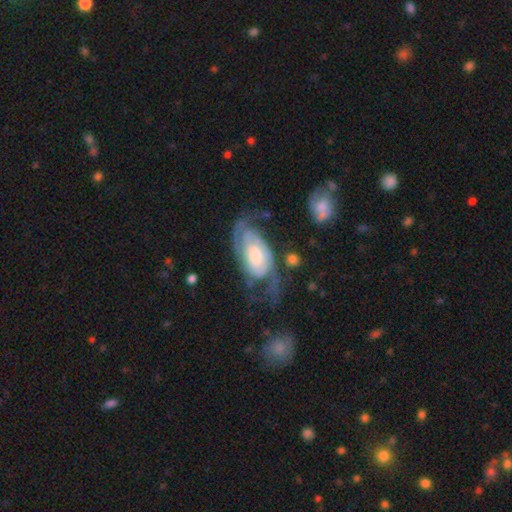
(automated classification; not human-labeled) Smooth or featured? Predicted: featured or disk (p=0.84). Edge-on disk? Predicted: no (p=0.95). Bar? Predicted: no (p=0.61). Spiral arms? Predicted: yes (p=0.94). Spiral winding? Predicted: tight (p=0.52). Spiral arm count? Predicted: 2 (p=0.62). Bulge size? Predicted: moderate (p=0.48). Merging? Predicted: none (p=0.52).